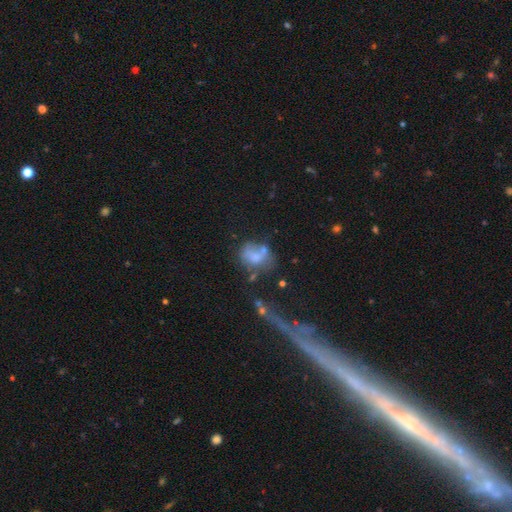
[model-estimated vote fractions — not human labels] Q: Smooth or featured?
A: smooth (57%); runner-up: featured or disk (31%)
Q: How rounded?
A: in between (61%); runner-up: round (37%)
Q: Merging?
A: none (30%); runner-up: merger (25%)